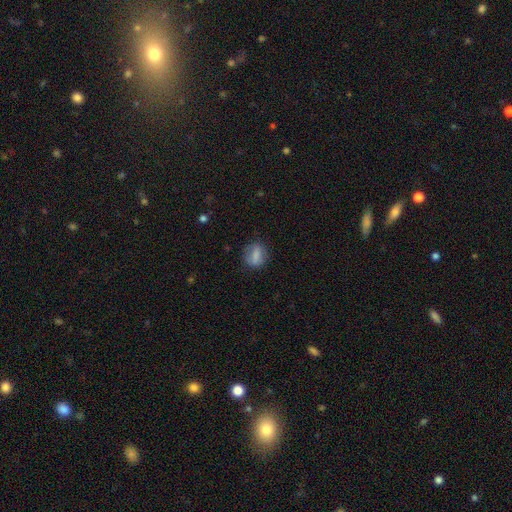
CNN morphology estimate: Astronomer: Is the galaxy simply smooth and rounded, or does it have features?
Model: smooth — 75%.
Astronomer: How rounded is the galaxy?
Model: in between — 54% (runner-up: round, 40%).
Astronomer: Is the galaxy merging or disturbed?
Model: none — 76%.